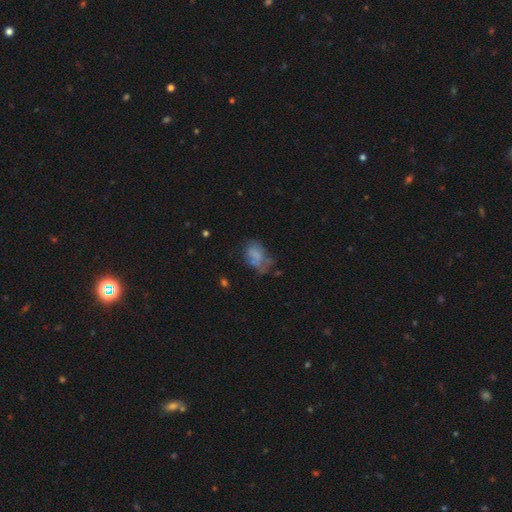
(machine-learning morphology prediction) smooth-or-featured: smooth: 59% | featured or disk: 29% | star or artifact: 12%
  how-rounded: in between: 81% | round: 17% | cigar-shaped: 2%
  merging: none: 33% | minor disturbance: 30% | major disturbance: 29% | merger: 8%